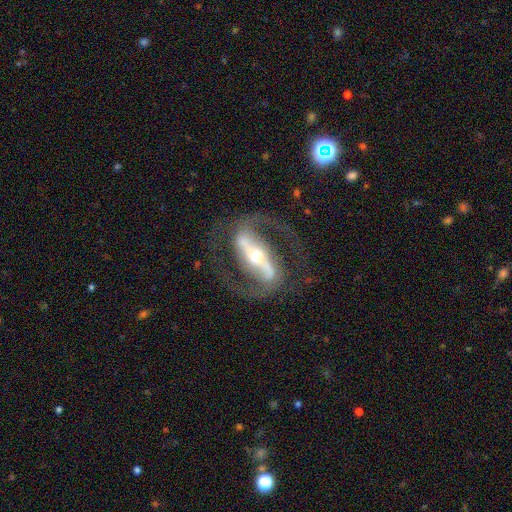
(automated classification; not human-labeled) The model was most divided on "bulge size": moderate: 50%, small: 44%, large: 4%, dominant: 1%, none: 1%. More confident: spiral arms — yes (95%); edge-on disk — no (94%); spiral arm count — 2 (93%); smooth or featured — featured or disk (91%); merging — none (78%); bar — strong (76%); spiral winding — medium (59%).